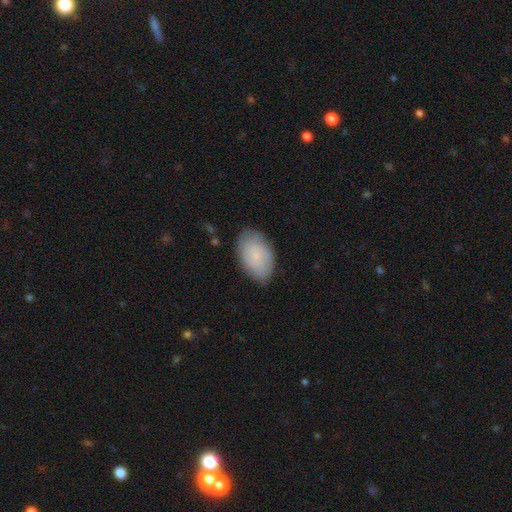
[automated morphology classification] Overall: smooth (67%). How rounded: in between (92%). Merging: none (81%).